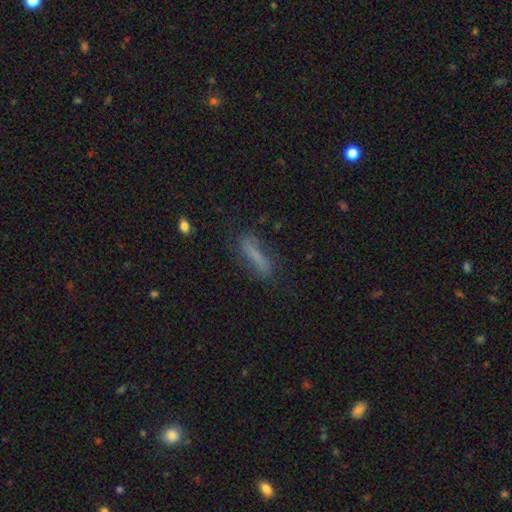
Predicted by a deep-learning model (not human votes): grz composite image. It shows a smooth galaxy with no disk features (63%) that is cigar-shaped (79%). Merging: none (72%).